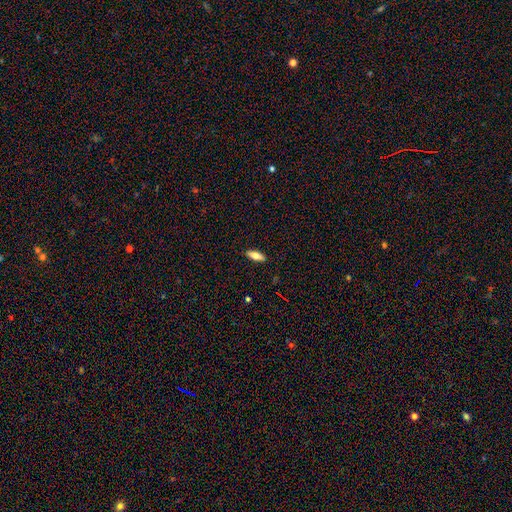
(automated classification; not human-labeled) Smooth or featured: smooth — 74% (featured or disk — 19%)
How rounded: in between — 67% (cigar-shaped — 30%)
Merging: none — 89% (minor disturbance — 8%)